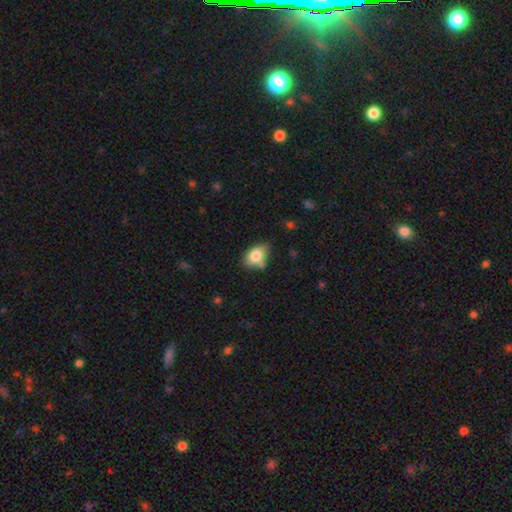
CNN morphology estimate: A smooth galaxy with no disk features (80%) that is in between round and cigar-shaped (81%).

Vote fractions:
- Smooth or featured? smooth: 80% / featured or disk: 12% / star or artifact: 8%
- How rounded? in between: 81% / round: 18% / cigar-shaped: 2%
- Merging? none: 57% / minor disturbance: 25% / merger: 12% / major disturbance: 6%